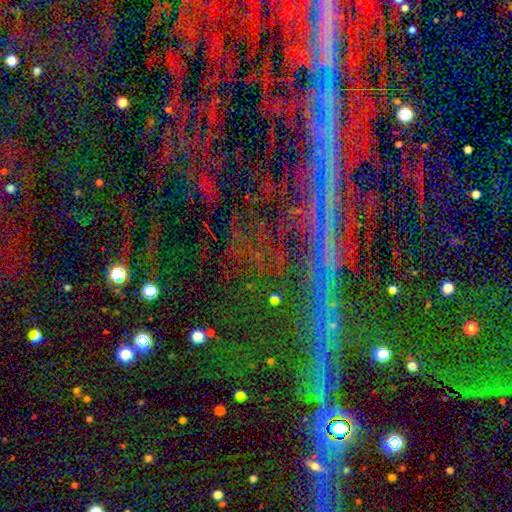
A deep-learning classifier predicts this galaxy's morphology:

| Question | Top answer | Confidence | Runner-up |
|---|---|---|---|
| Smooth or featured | star or artifact | 86% | featured or disk (8%) |